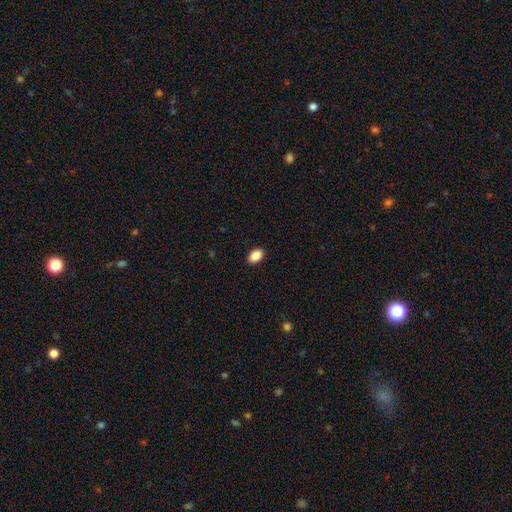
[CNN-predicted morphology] Q: Smooth or featured?
A: smooth (89%); runner-up: star or artifact (8%)
Q: How rounded?
A: in between (88%); runner-up: round (11%)
Q: Merging?
A: none (90%); runner-up: minor disturbance (7%)